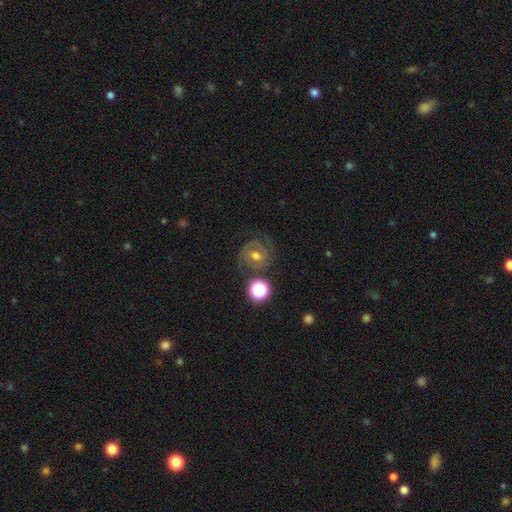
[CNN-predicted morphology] Smooth or featured?
  - featured or disk: 68% *
  - smooth: 19%
  - star or artifact: 12%
Edge-on disk?
  - no: 97% *
  - yes: 3%
Bar?
  - no: 45% *
  - weak: 41%
  - strong: 15%
Spiral arms?
  - yes: 89% *
  - no: 11%
Spiral winding?
  - tight: 58% *
  - medium: 34%
  - loose: 9%
Spiral arm count?
  - 2: 61% *
  - can't tell: 18%
  - 3: 8%
  - 1: 7%
  - 4: 2%
  - more than 4: 2%
Bulge size?
  - moderate: 74% *
  - small: 18%
  - large: 6%
  - none: 1%
  - dominant: 1%
Merging?
  - none: 71% *
  - minor disturbance: 15%
  - major disturbance: 9%
  - merger: 5%